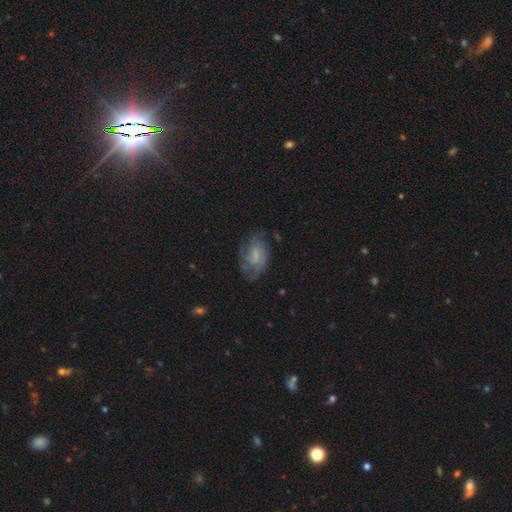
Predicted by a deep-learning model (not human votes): This is possibly a featured or disk galaxy (60%). It is clearly not viewed edge-on (96%). Bar: possibly no (48%). Spiral arm pattern: clearly yes (85%). Central bulge: marginally small (36%). Merging: likely none (64%).